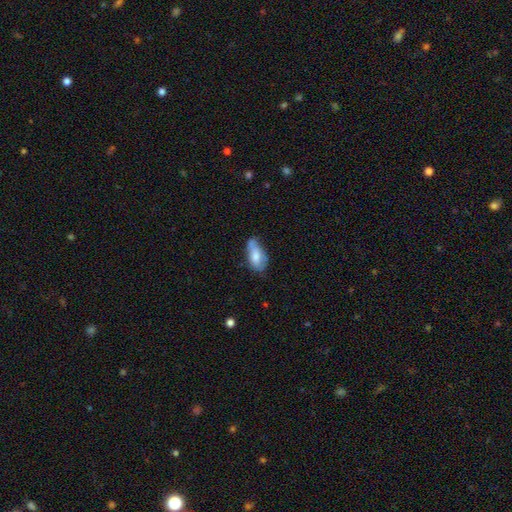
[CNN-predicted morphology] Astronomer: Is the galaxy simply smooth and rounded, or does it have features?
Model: smooth — 69%.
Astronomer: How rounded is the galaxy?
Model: in between — 87%.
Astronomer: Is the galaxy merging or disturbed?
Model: minor disturbance — 40% (runner-up: none, 39%).